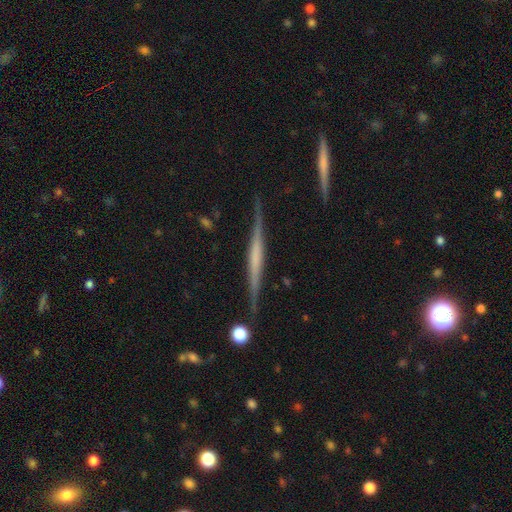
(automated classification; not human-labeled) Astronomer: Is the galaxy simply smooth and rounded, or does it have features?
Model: featured or disk — 72%.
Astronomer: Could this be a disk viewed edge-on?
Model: yes — 98%.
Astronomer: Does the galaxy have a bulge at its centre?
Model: none — 51%.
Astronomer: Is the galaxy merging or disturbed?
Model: none — 85%.